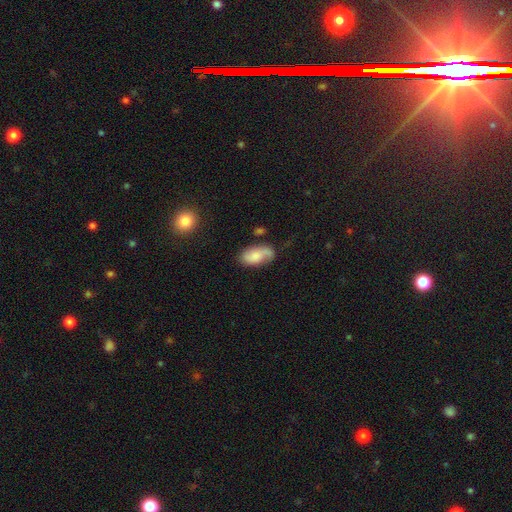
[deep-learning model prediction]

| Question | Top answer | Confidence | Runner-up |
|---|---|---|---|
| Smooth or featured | smooth | 51% | featured or disk (41%) |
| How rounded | in between | 91% | round (5%) |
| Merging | none | 57% | minor disturbance (26%) |